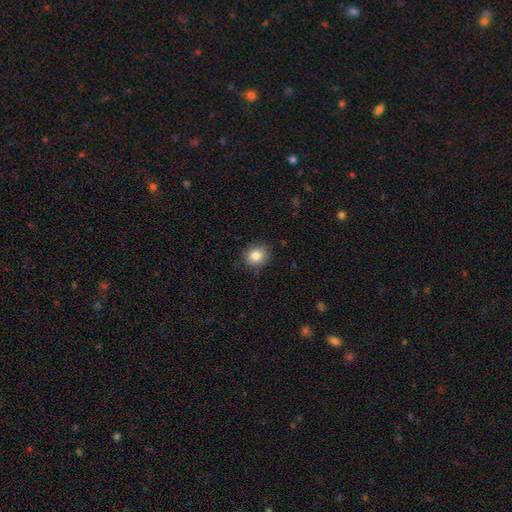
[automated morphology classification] Smooth or featured?
  - smooth: 85% *
  - star or artifact: 10%
  - featured or disk: 5%
How rounded?
  - round: 78% *
  - in between: 21%
  - cigar-shaped: 1%
Merging?
  - none: 87% *
  - minor disturbance: 10%
  - major disturbance: 2%
  - merger: 1%